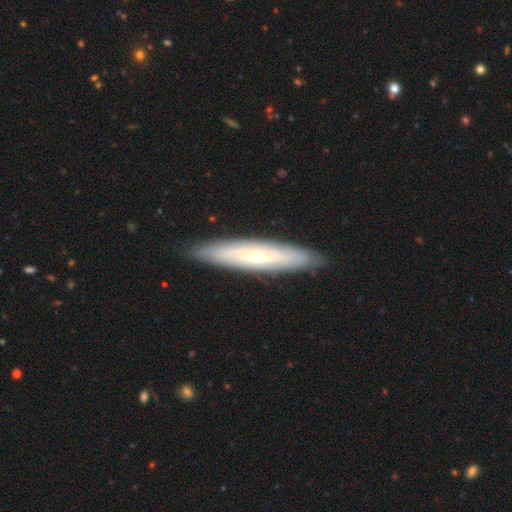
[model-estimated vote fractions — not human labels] Q: Smooth or featured?
A: featured or disk (65%); runner-up: smooth (30%)
Q: Edge-on disk?
A: yes (53%); runner-up: no (47%)
Q: Merging?
A: none (89%); runner-up: minor disturbance (8%)